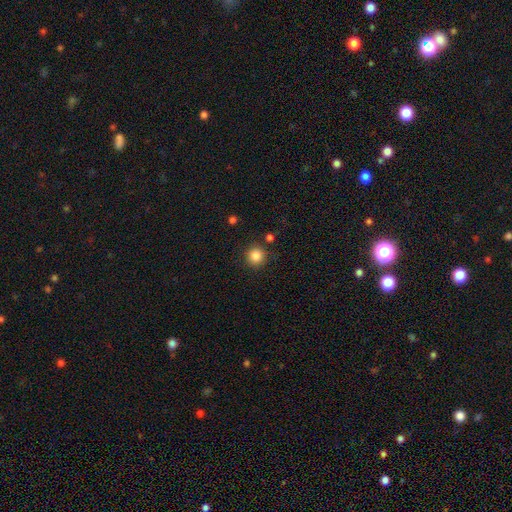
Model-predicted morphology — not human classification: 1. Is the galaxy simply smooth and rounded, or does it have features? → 85% smooth, 11% star or artifact, 4% featured or disk.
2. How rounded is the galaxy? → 93% round, 6% in between, 1% cigar-shaped.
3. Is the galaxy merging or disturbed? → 86% none, 8% minor disturbance, 3% merger, 3% major disturbance.